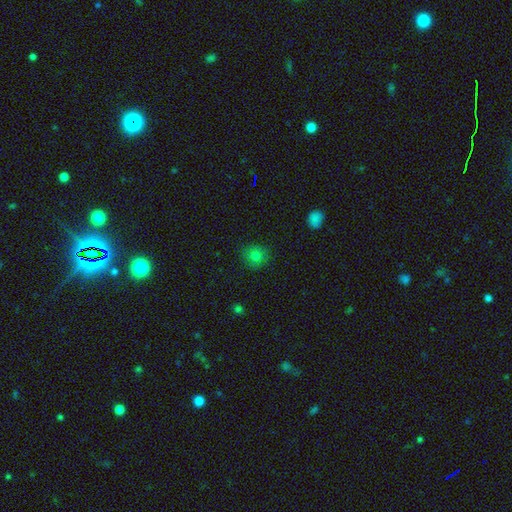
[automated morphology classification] type=smooth (79%); roundness=round (88%); merging=none (87%).